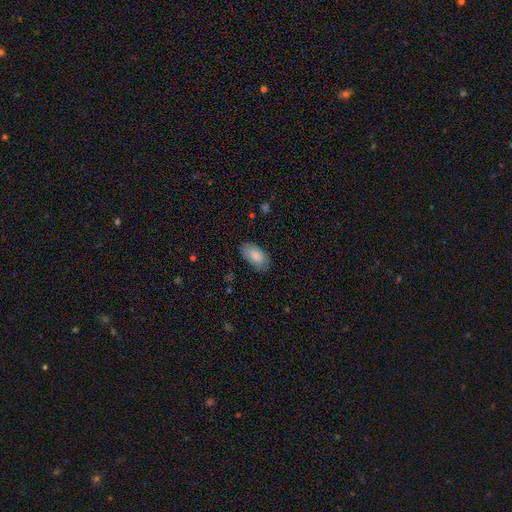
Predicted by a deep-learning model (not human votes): This appears to be a smooth galaxy with no disk features (84%) that is in between round and cigar-shaped (95%). Merging: none (80%).